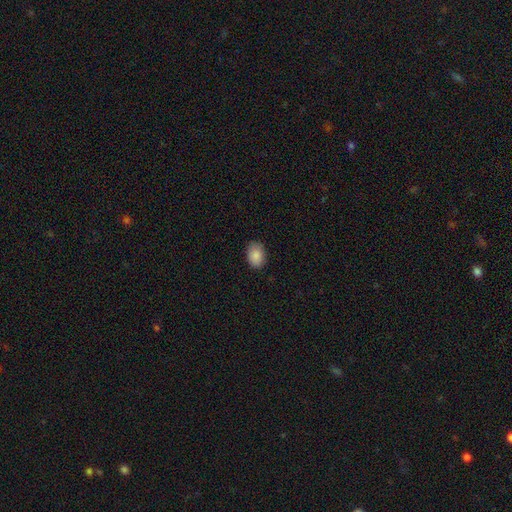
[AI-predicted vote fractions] smooth 88%, star or artifact 8%, featured or disk 4%. Down the decision tree: how rounded — in between (81%); merging — none (86%).